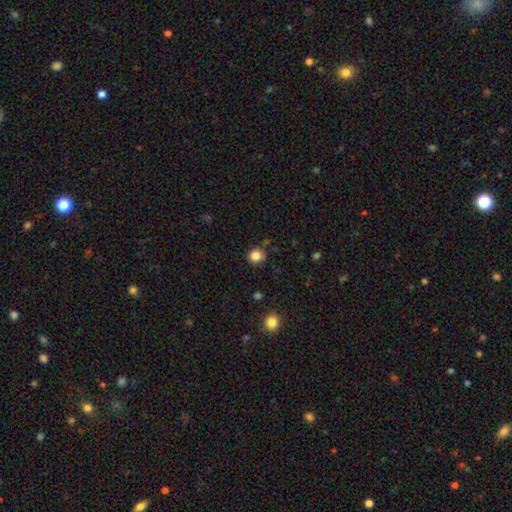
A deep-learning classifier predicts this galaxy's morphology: This appears to be a smooth galaxy with no disk features (84%) that is round (84%). Merging: none (84%).